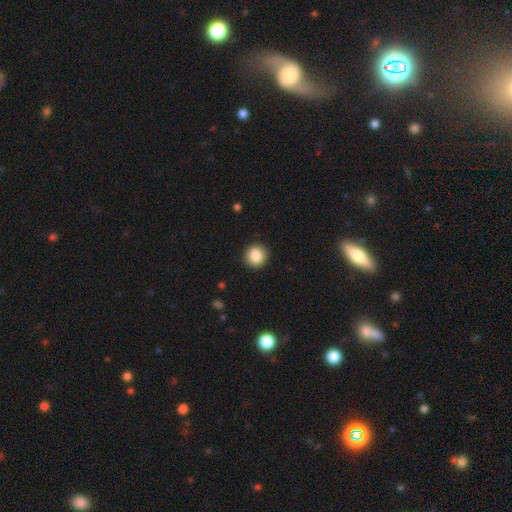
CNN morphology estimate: Smooth or featured: smooth — 86% (star or artifact — 9%)
How rounded: round — 93% (in between — 6%)
Merging: none — 92% (minor disturbance — 5%)